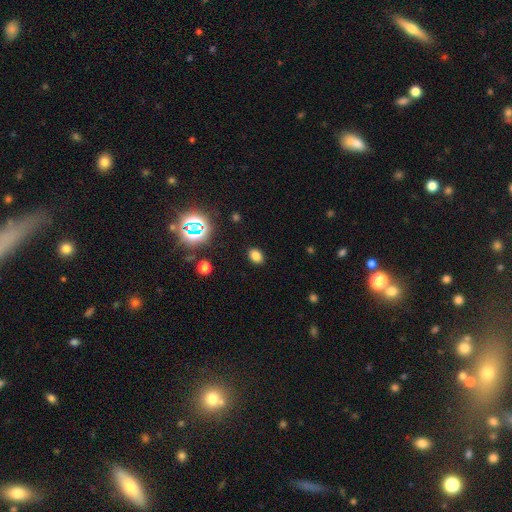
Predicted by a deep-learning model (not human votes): A smooth galaxy with no disk features (77%) that is in between round and cigar-shaped (70%).

Vote fractions:
- Smooth or featured? smooth: 77% / star or artifact: 17% / featured or disk: 5%
- How rounded? in between: 70% / round: 29% / cigar-shaped: 1%
- Merging? none: 88% / minor disturbance: 8% / major disturbance: 3% / merger: 1%